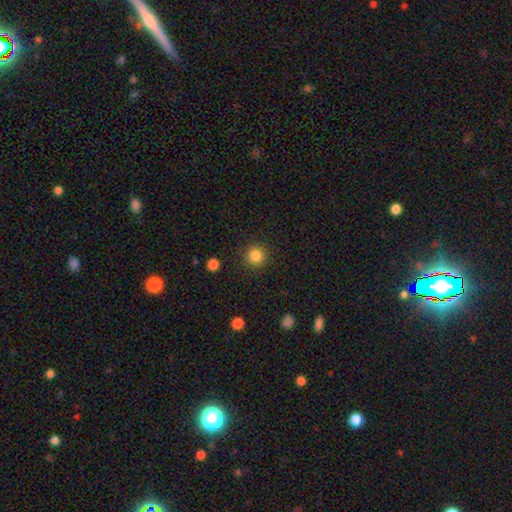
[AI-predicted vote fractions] A smooth galaxy with no disk features (84%) that is round (94%). Merging: none (90%).